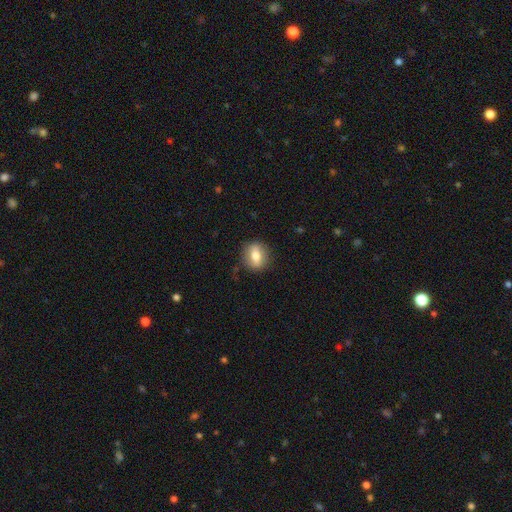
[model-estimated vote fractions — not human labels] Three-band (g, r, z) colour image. It shows a smooth galaxy with no disk features (68%) that is round (55%). Merging: none (86%).